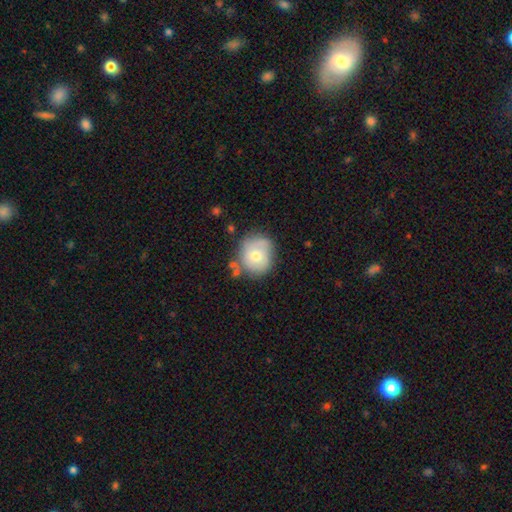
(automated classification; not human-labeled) Morphology: type=smooth (62%); roundness=round (79%); merging=none (60%).